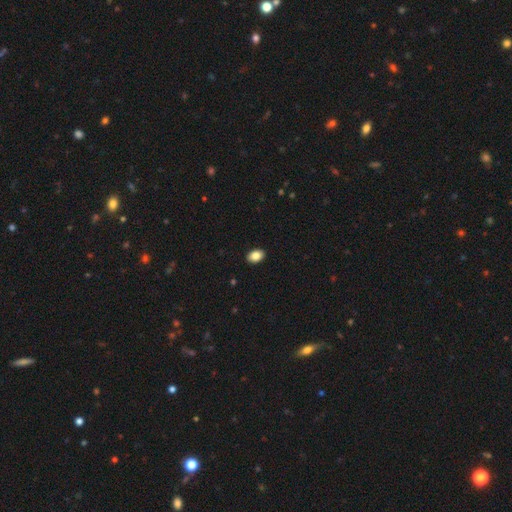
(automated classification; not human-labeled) Overall: smooth (86%). How rounded: in between (83%). Merging: none (91%).